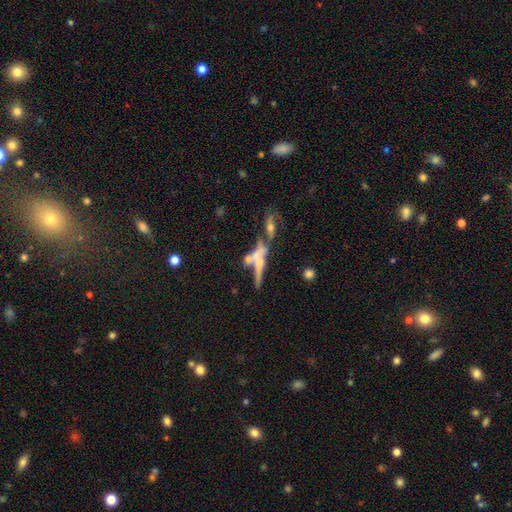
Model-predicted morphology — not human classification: Smooth or featured? Predicted: featured or disk (p=0.58). Edge-on disk? Predicted: yes (p=0.70). Merging? Predicted: merger (p=0.45).